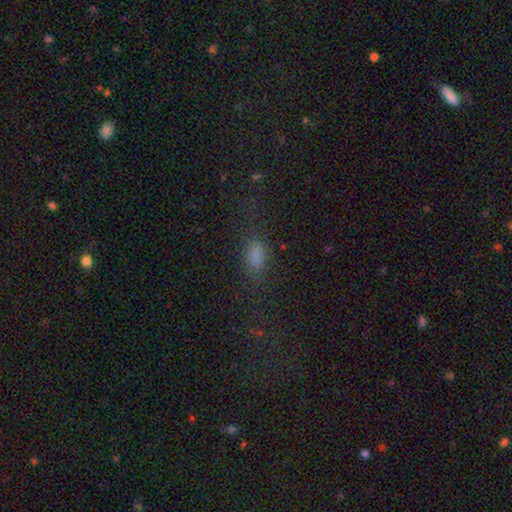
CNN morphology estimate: Q: Smooth or featured?
A: smooth (75%); runner-up: star or artifact (16%)
Q: How rounded?
A: in between (82%); runner-up: cigar-shaped (11%)
Q: Merging?
A: none (68%); runner-up: minor disturbance (18%)